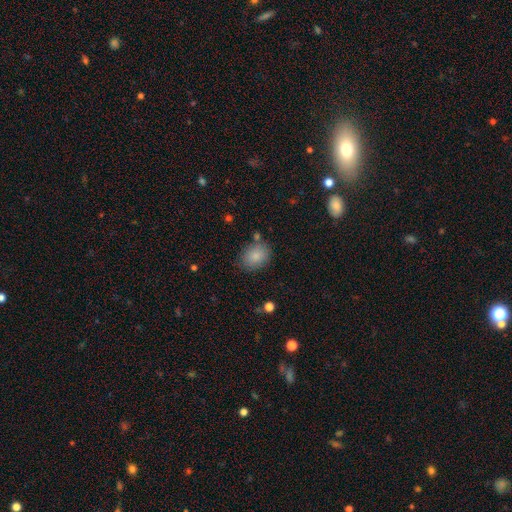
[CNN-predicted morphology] The model was most divided on "how rounded": in between: 62%, round: 36%, cigar-shaped: 1%. More confident: smooth or featured — smooth (85%); merging — none (76%).